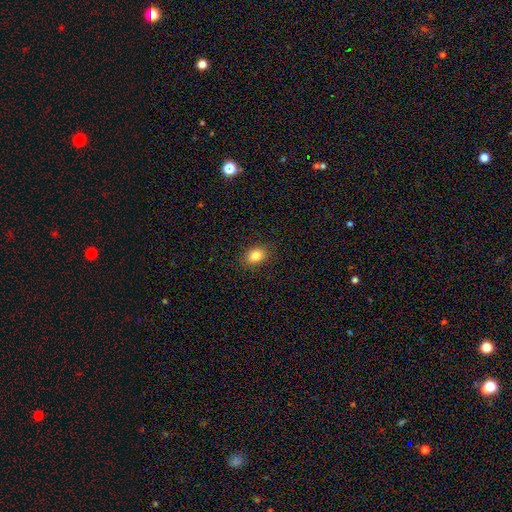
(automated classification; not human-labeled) Morphology: type=smooth (85%); roundness=in between (72%); merging=none (88%).